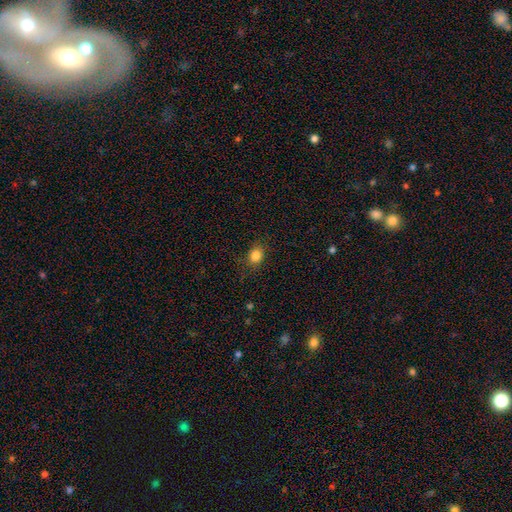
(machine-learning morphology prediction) Q: Smooth or featured?
A: smooth (85%); runner-up: star or artifact (11%)
Q: How rounded?
A: round (54%); runner-up: in between (45%)
Q: Merging?
A: none (84%); runner-up: minor disturbance (11%)